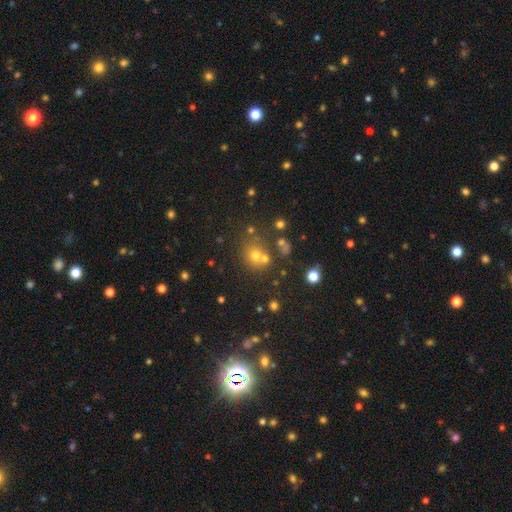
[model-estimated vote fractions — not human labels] A smooth galaxy with no disk features (60%) that is round (80%).

Vote fractions:
- Smooth or featured? smooth: 60% / star or artifact: 27% / featured or disk: 13%
- How rounded? round: 80% / in between: 19% / cigar-shaped: 1%
- Merging? none: 58% / merger: 25% / minor disturbance: 11% / major disturbance: 5%